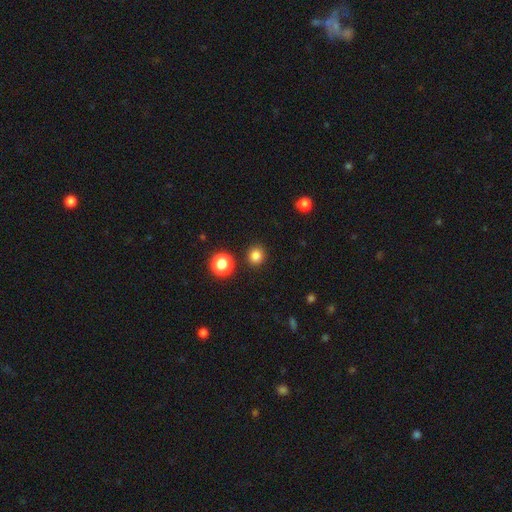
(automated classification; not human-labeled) This is clearly a smooth galaxy (83%). How rounded: clearly round (87%). Merging: clearly none (89%).